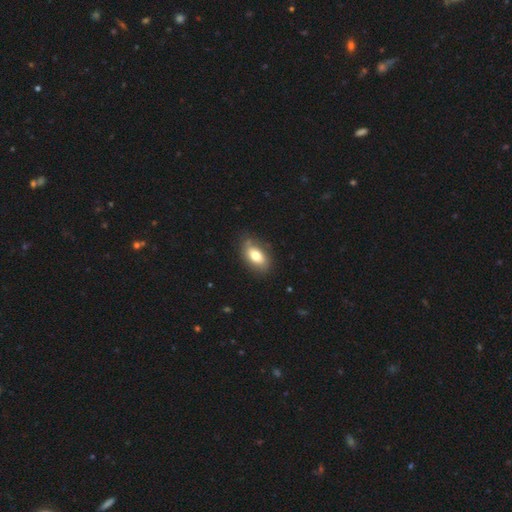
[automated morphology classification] Q: Smooth or featured?
A: smooth (70%); runner-up: featured or disk (23%)
Q: How rounded?
A: in between (90%); runner-up: round (6%)
Q: Merging?
A: none (74%); runner-up: minor disturbance (20%)